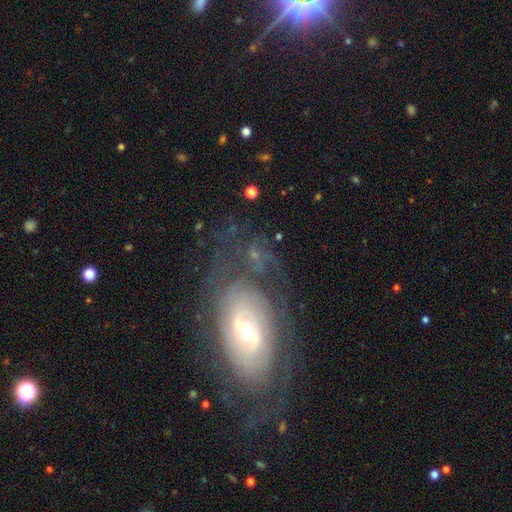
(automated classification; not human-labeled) A featured or disk galaxy (76%) with a weak bar (43%), tight (48%) spiral arms (78%) and a moderate central bulge (62%).

Vote fractions:
- Smooth or featured? featured or disk: 76% / smooth: 14% / star or artifact: 11%
- Edge-on disk? no: 94% / yes: 6%
- Bar? weak: 43% / no: 34% / strong: 24%
- Spiral arms? yes: 78% / no: 22%
- Spiral winding? tight: 48% / medium: 33% / loose: 19%
- Spiral arm count? can't tell: 41% / 2: 34% / 3: 9% / 1: 6% / 4: 5% / more than 4: 5%
- Bulge size? moderate: 62% / small: 28% / large: 7% / none: 2% / dominant: 2%
- Merging? none: 52% / major disturbance: 23% / minor disturbance: 18% / merger: 7%